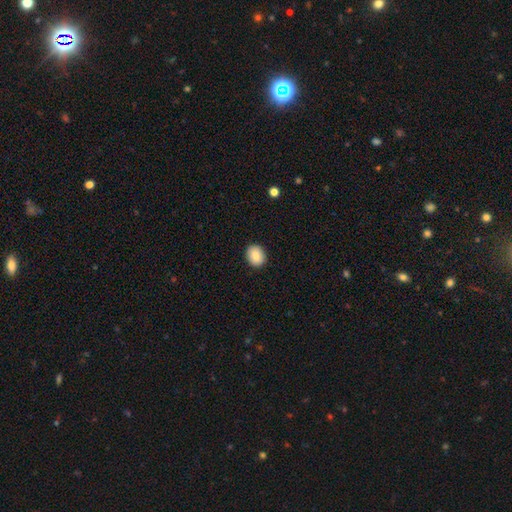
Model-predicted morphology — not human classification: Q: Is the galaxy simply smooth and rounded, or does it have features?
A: smooth — 86%.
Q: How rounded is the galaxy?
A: round — 57%.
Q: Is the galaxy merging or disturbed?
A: none — 90%.